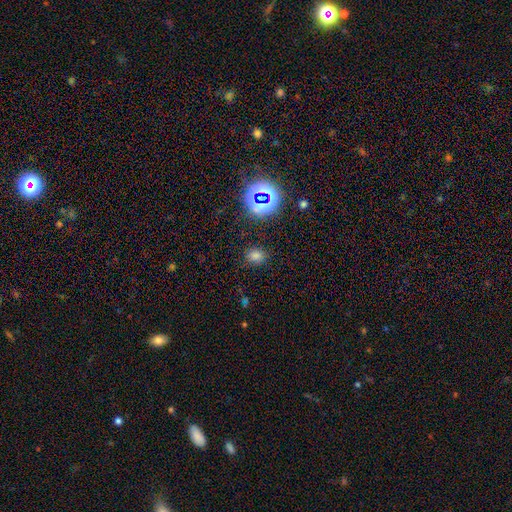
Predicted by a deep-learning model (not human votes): A smooth galaxy with no disk features (68%) that is round (53%). Merging: none (83%).